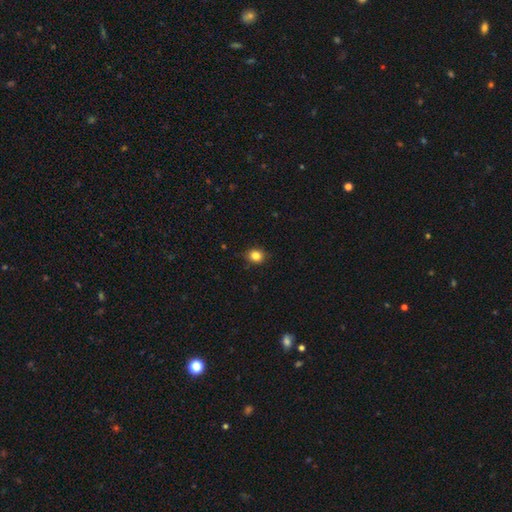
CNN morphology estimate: smooth_or_featured: smooth (p=0.83) [alt: star or artifact p=0.11]
how_rounded: round (p=0.72) [alt: in between p=0.27]
merging: none (p=0.86) [alt: minor disturbance p=0.11]